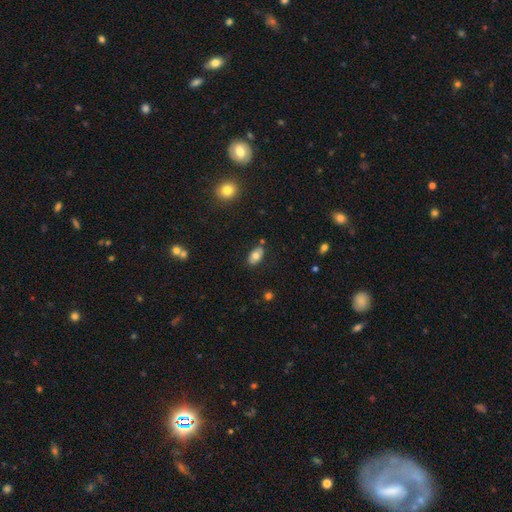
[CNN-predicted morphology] Smooth or featured?
  - smooth: 75% *
  - featured or disk: 17%
  - star or artifact: 8%
How rounded?
  - in between: 91% *
  - round: 7%
  - cigar-shaped: 2%
Merging?
  - none: 79% *
  - minor disturbance: 14%
  - merger: 4%
  - major disturbance: 3%